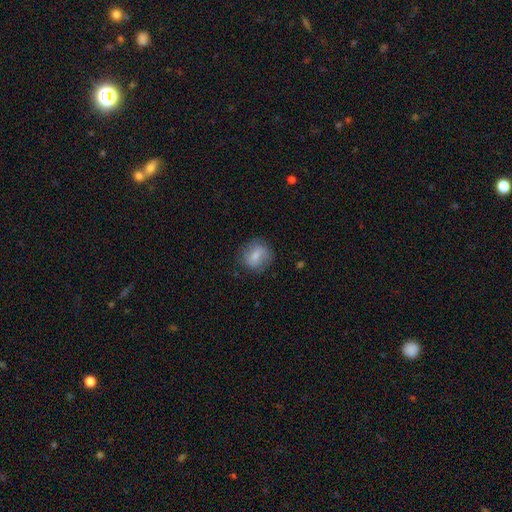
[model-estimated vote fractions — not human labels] Smooth or featured?
  - smooth: 68% *
  - featured or disk: 24%
  - star or artifact: 8%
How rounded?
  - round: 80% *
  - in between: 19%
  - cigar-shaped: 1%
Merging?
  - none: 76% *
  - minor disturbance: 17%
  - major disturbance: 6%
  - merger: 1%